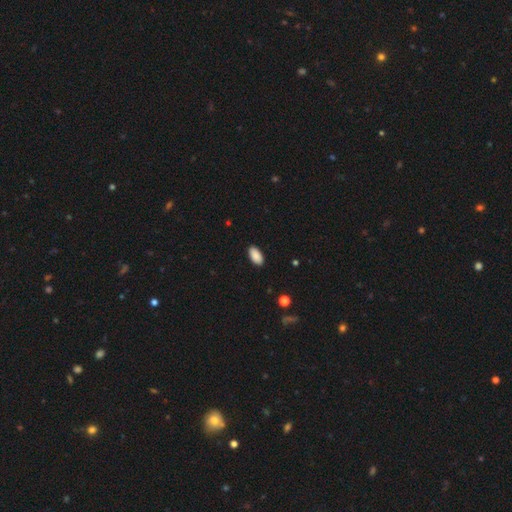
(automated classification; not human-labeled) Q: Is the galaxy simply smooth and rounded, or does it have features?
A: smooth — 89%.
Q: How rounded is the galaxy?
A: in between — 95%.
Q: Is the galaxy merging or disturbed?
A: none — 88%.